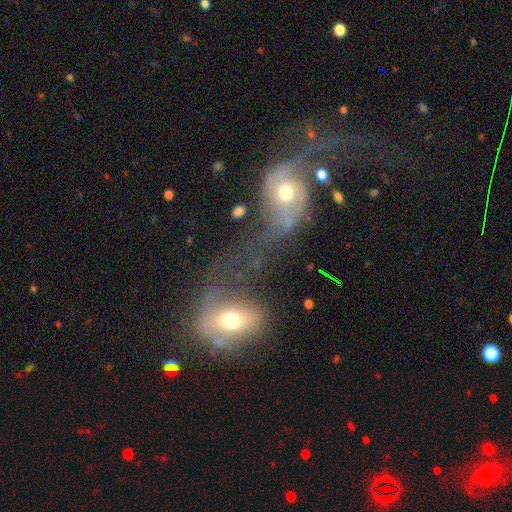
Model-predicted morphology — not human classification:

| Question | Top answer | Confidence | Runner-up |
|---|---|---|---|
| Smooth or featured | featured or disk | 58% | smooth (30%) |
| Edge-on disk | no | 94% | yes (6%) |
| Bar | no | 62% | weak (28%) |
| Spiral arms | yes | 62% | no (38%) |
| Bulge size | moderate | 61% | small (24%) |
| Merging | merger | 64% | major disturbance (18%) |